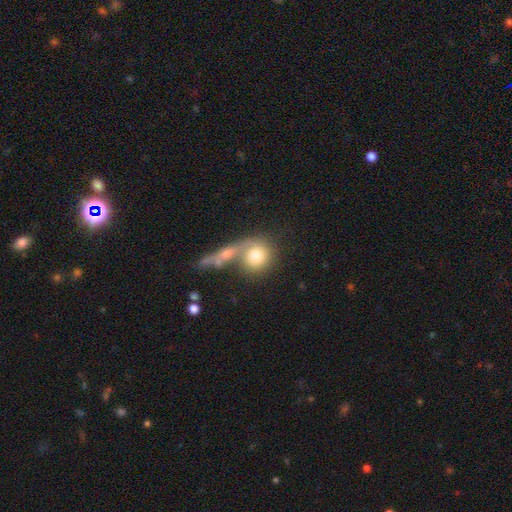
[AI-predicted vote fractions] Smooth or featured? smooth (73%)
How rounded? round (83%)
Merging? merger (42%)